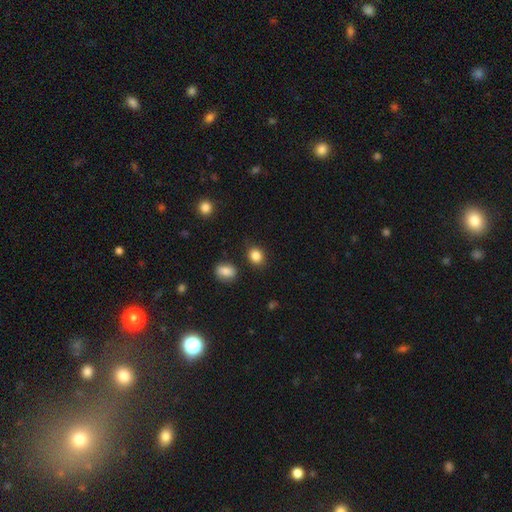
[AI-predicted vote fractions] A smooth galaxy with no disk features (86%) that is round (56%).

Vote fractions:
- Smooth or featured? smooth: 86% / star or artifact: 10% / featured or disk: 4%
- How rounded? round: 56% / in between: 42% / cigar-shaped: 1%
- Merging? none: 84% / minor disturbance: 10% / merger: 3% / major disturbance: 3%